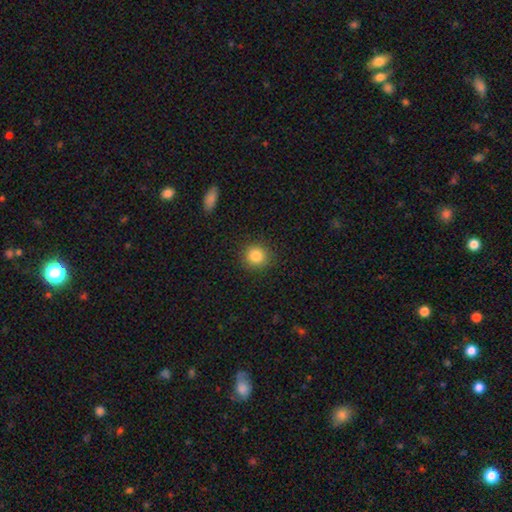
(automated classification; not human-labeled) Q: Smooth or featured?
A: smooth (84%); runner-up: star or artifact (10%)
Q: How rounded?
A: round (90%); runner-up: in between (9%)
Q: Merging?
A: none (89%); runner-up: minor disturbance (7%)